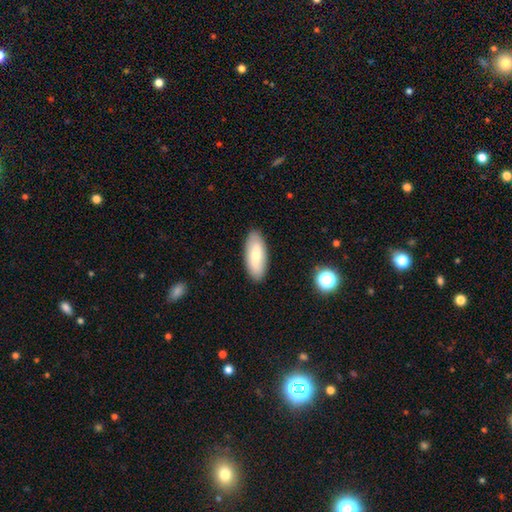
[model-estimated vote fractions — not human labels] The model was most divided on "smooth or featured": smooth: 68%, featured or disk: 25%, star or artifact: 6%. More confident: merging — none (89%); how rounded — in between (81%).